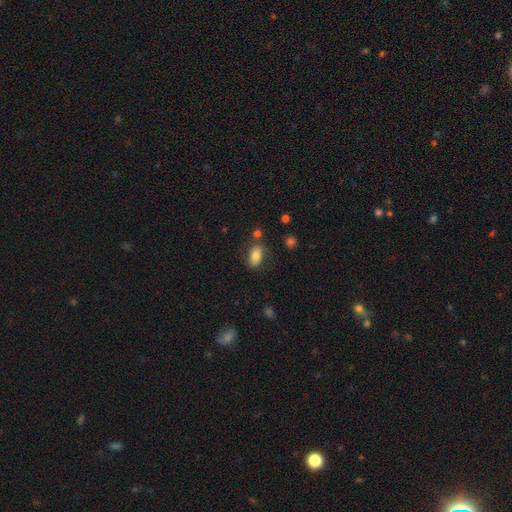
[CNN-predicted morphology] A smooth galaxy with no disk features (78%) that is in between round and cigar-shaped (89%). Merging: none (72%).